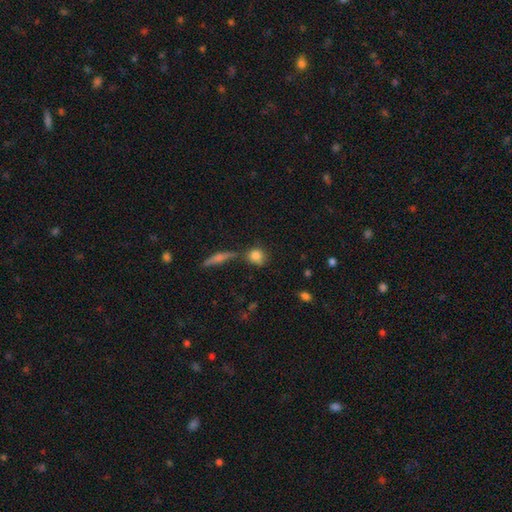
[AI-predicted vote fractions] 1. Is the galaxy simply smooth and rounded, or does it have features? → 80% smooth, 10% star or artifact, 10% featured or disk.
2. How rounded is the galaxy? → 73% round, 22% in between, 4% cigar-shaped.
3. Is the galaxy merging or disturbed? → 64% none, 16% merger, 15% minor disturbance, 5% major disturbance.